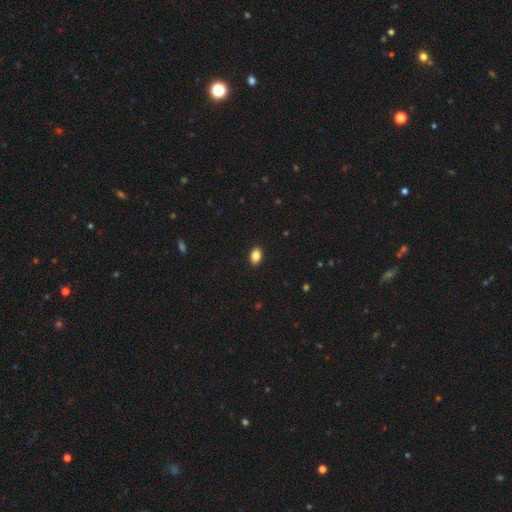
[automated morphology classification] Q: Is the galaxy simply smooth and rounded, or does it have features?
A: smooth — 87%.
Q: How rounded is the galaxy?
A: in between — 86%.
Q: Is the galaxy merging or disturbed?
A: none — 91%.